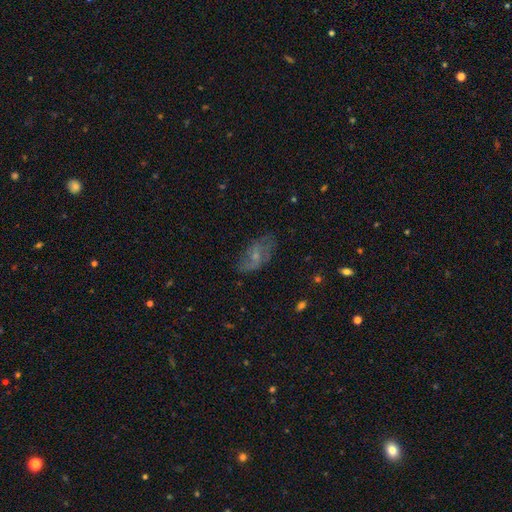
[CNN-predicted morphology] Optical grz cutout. It shows a featured or disk galaxy (55%) with no bar (58%), spiral arms (71%) and a small central bulge (63%). Merging: none (63%).